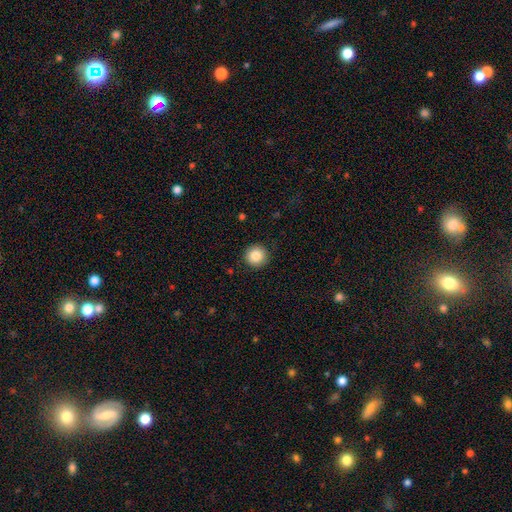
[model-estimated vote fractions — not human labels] Q: Smooth or featured?
A: smooth (86%); runner-up: star or artifact (9%)
Q: How rounded?
A: round (96%); runner-up: in between (3%)
Q: Merging?
A: none (91%); runner-up: minor disturbance (6%)